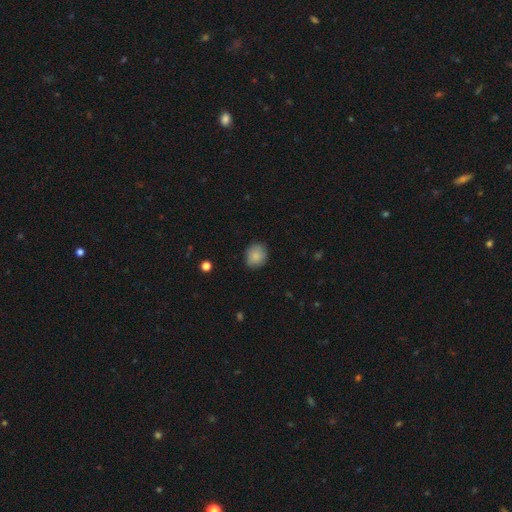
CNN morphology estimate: smooth_or_featured: smooth (p=0.86) [alt: star or artifact p=0.08]
how_rounded: round (p=0.69) [alt: in between p=0.30]
merging: none (p=0.83) [alt: minor disturbance p=0.13]